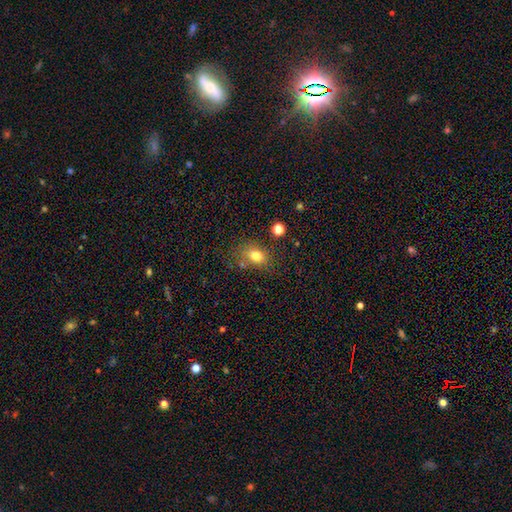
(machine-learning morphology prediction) smooth 80%, star or artifact 11%, featured or disk 9%. Down the decision tree: how rounded — in between (67%); merging — none (66%).